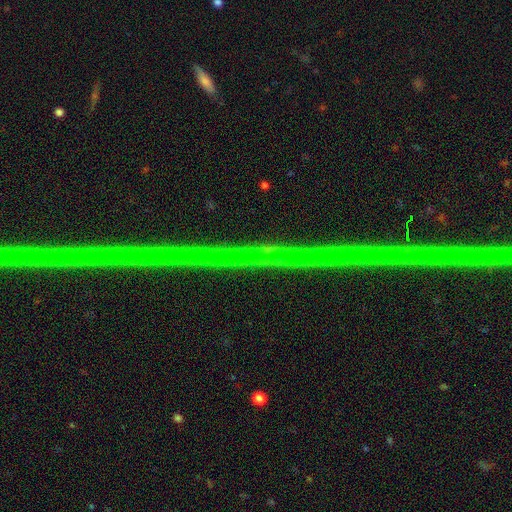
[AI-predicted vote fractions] smooth_or_featured: star or artifact (p=0.84) [alt: featured or disk p=0.12]